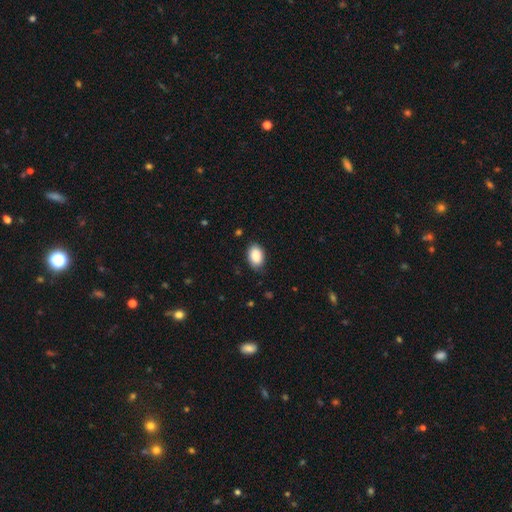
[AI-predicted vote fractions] smooth 89%, star or artifact 7%, featured or disk 4%. Down the decision tree: how rounded — in between (88%); merging — none (80%).